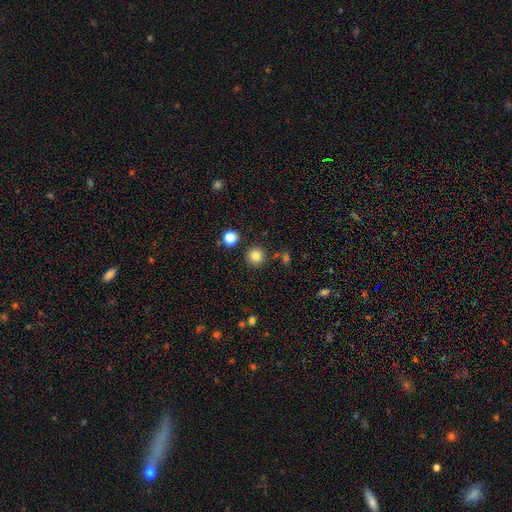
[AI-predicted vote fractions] Smooth or featured? Predicted: smooth (p=0.83). How rounded? Predicted: round (p=0.93). Merging? Predicted: none (p=0.87).